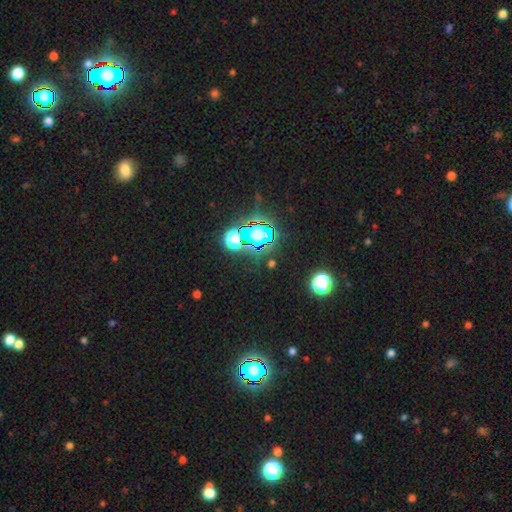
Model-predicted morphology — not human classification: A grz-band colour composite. It shows a star or artifact, not a galaxy (81%).